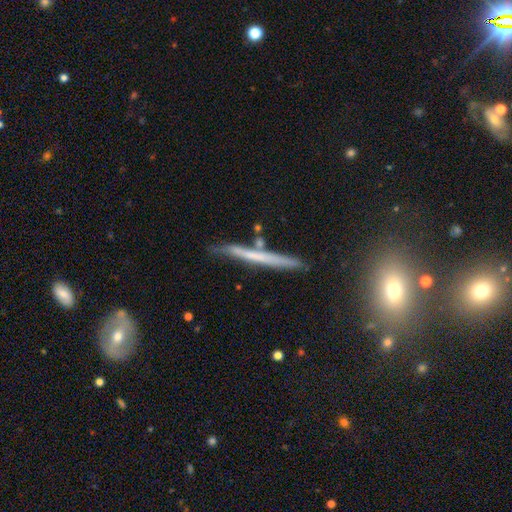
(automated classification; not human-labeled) Morphology: type=featured or disk (48%); merging=none (77%).